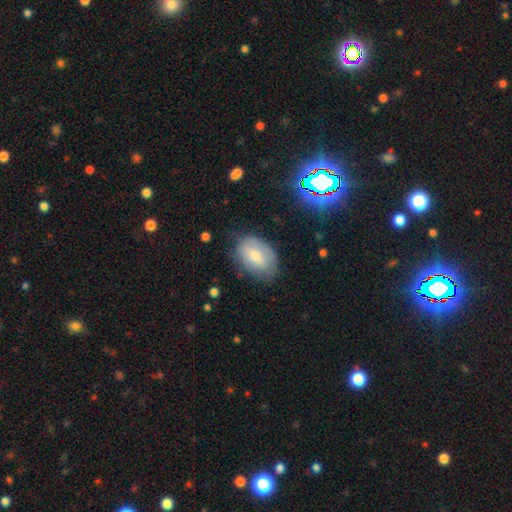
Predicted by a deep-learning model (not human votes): Overall: smooth (70%). How rounded: in between (84%). Merging: none (64%; minor disturbance 26%).